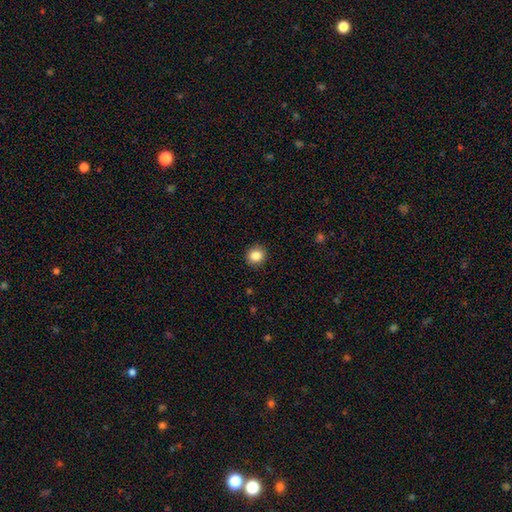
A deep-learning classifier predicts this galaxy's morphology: This appears to be a smooth galaxy with no disk features (85%) that is round (85%). Merging: none (91%).